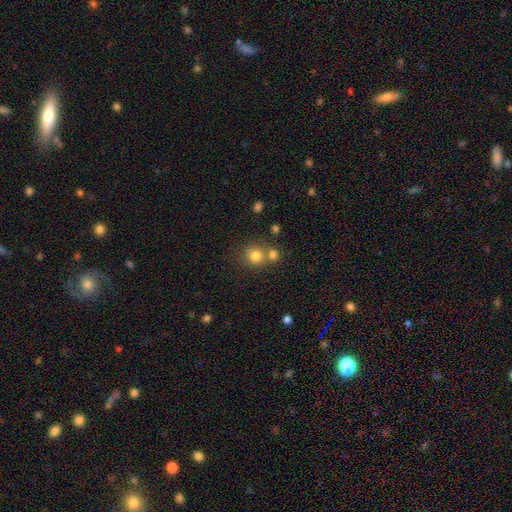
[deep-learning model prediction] A smooth galaxy with no disk features (79%) that is round (83%). Merging: none (57%).